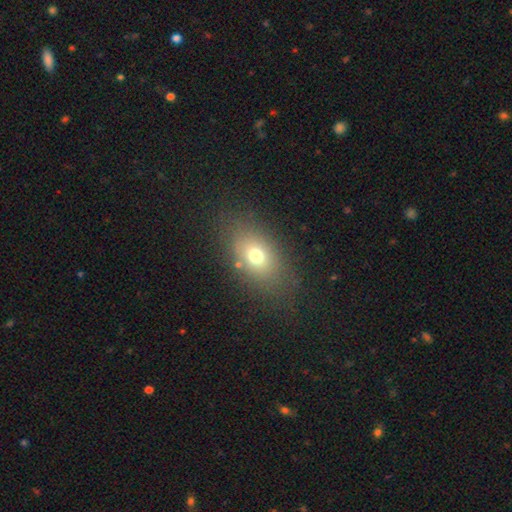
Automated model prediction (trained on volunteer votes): Smooth or featured? Predicted: smooth (p=0.70). How rounded? Predicted: in between (p=0.76). Merging? Predicted: none (p=0.78).